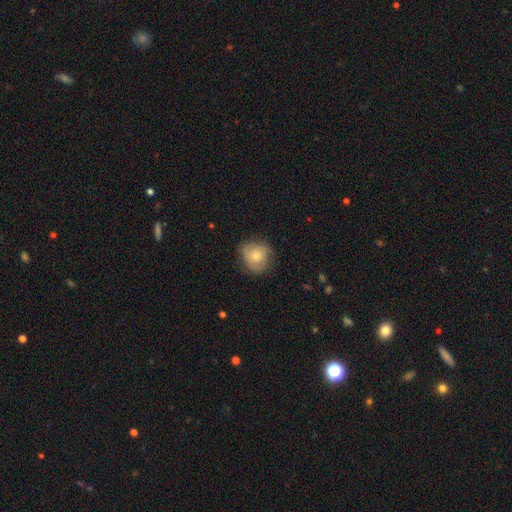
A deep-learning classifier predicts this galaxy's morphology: The model was most divided on "smooth or featured": smooth: 61%, featured or disk: 31%, star or artifact: 8%. More confident: how rounded — round (75%); merging — none (62%).